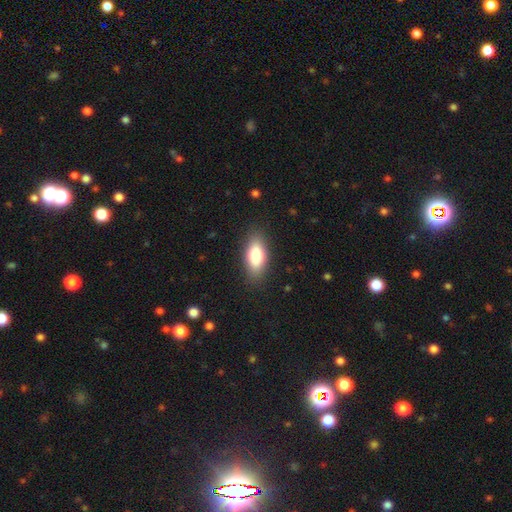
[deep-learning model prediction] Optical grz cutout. It shows a smooth galaxy with no disk features (79%) that is in between round and cigar-shaped (83%). Merging: none (86%).